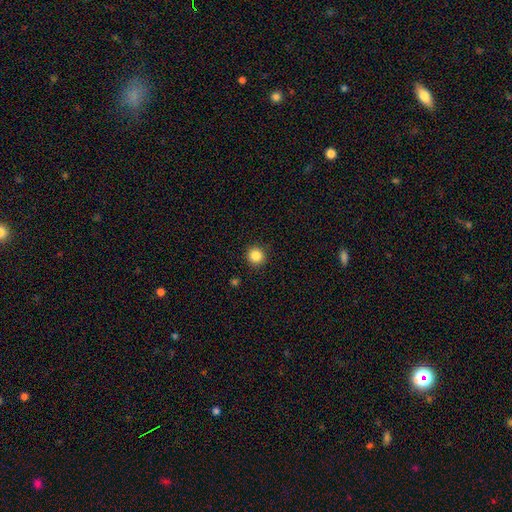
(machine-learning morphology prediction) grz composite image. It shows a smooth galaxy with no disk features (86%) that is round (93%). Merging: none (92%).